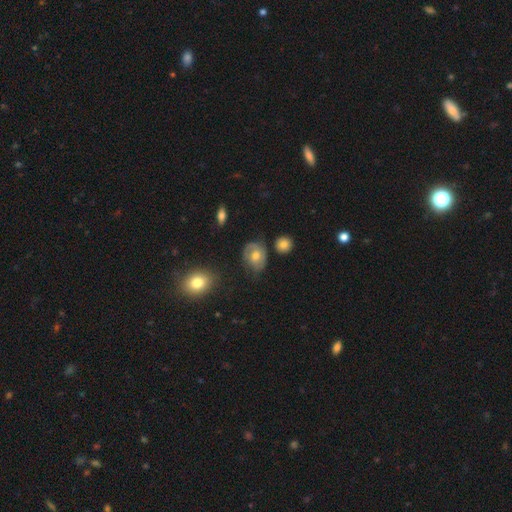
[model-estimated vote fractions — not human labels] Morphology: type=smooth (51%); roundness=in between (57%); merging=none (60%).